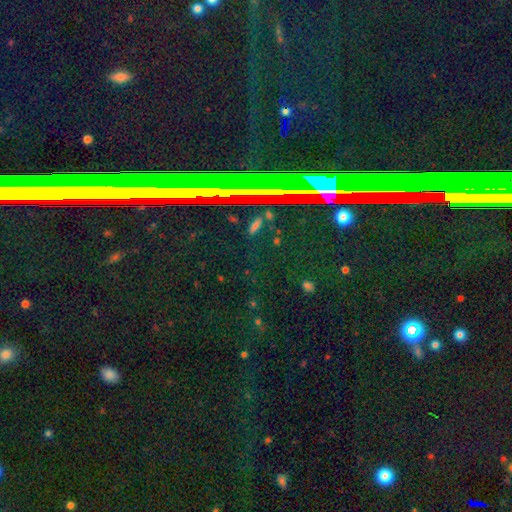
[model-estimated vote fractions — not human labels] A star or artifact, not a galaxy (84%).

Vote fractions:
- Smooth or featured? star or artifact: 84% / featured or disk: 9% / smooth: 8%